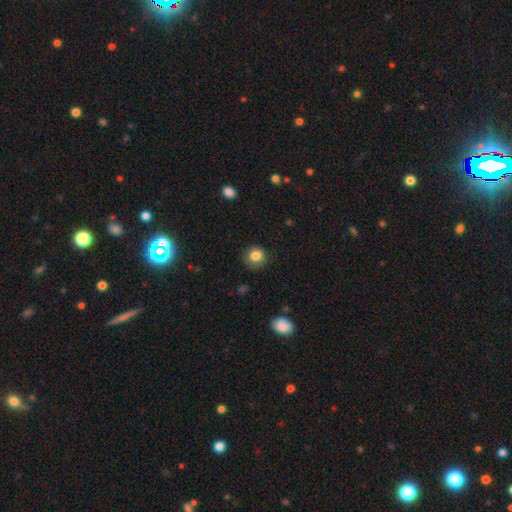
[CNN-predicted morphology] Q: Smooth or featured?
A: smooth (82%); runner-up: star or artifact (10%)
Q: How rounded?
A: round (85%); runner-up: in between (15%)
Q: Merging?
A: none (78%); runner-up: minor disturbance (17%)